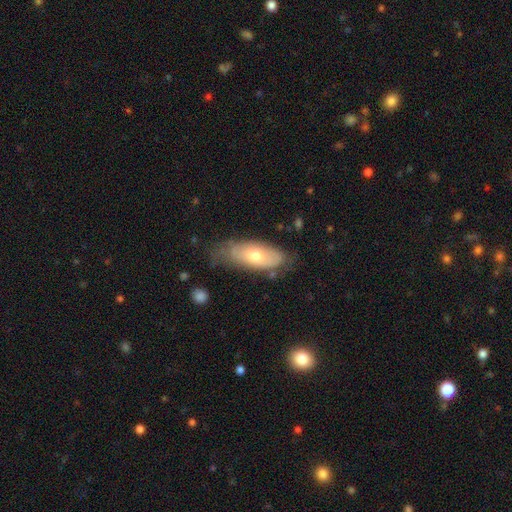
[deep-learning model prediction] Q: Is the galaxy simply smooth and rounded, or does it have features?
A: smooth — 58%.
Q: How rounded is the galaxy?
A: in between — 80%.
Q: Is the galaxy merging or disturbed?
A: none — 56%.